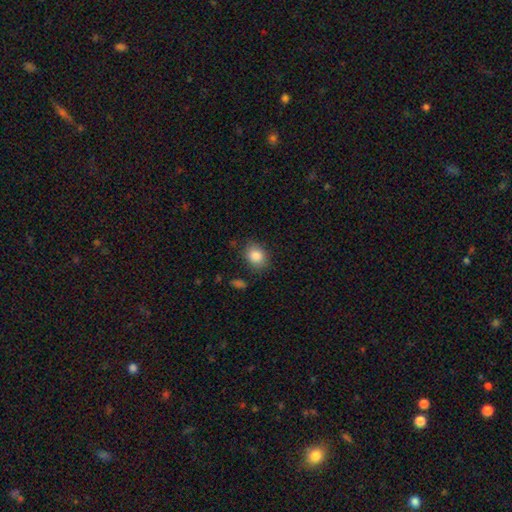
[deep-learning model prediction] smooth 86%, star or artifact 8%, featured or disk 6%. Down the decision tree: how rounded — in between (55%); merging — none (80%).